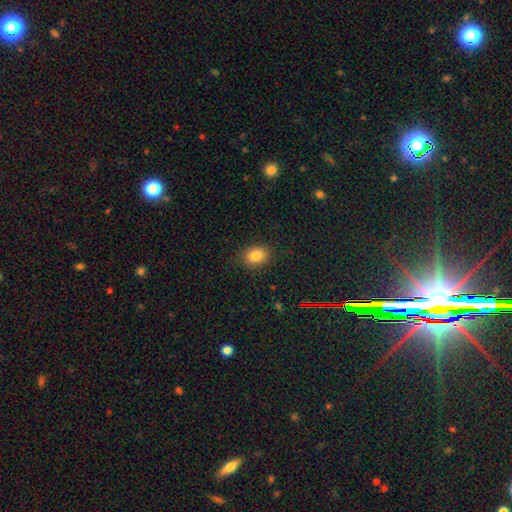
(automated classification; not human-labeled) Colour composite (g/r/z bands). It shows a smooth galaxy with no disk features (84%) that is in between round and cigar-shaped (61%). Merging: none (88%).